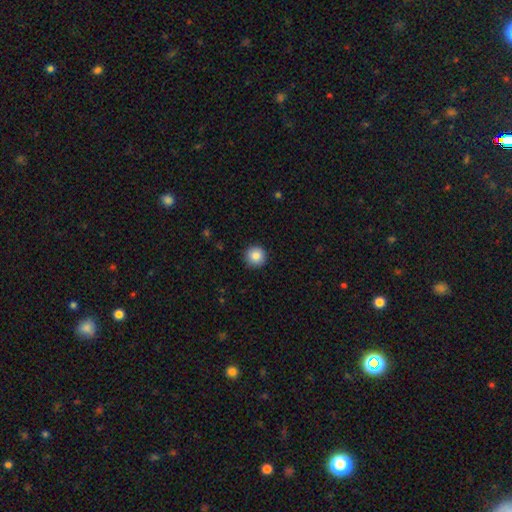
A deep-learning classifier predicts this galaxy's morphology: Smooth or featured? Predicted: smooth (p=0.87). How rounded? Predicted: round (p=0.96). Merging? Predicted: none (p=0.93).